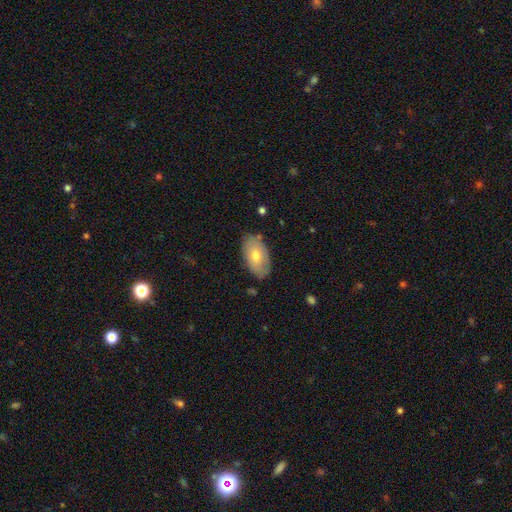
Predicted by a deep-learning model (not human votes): smooth_or_featured: smooth (p=0.67) [alt: featured or disk p=0.27]
how_rounded: in between (p=0.93) [alt: round p=0.05]
merging: none (p=0.81) [alt: minor disturbance p=0.15]